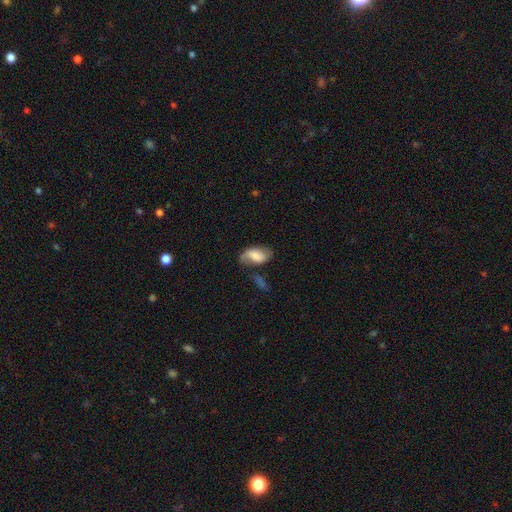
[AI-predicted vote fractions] A smooth galaxy with no disk features (50%). Merging: none (50%).